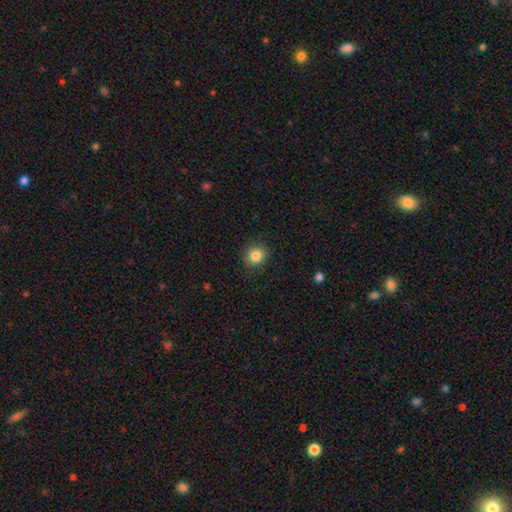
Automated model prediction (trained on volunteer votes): Overall: smooth (85%). How rounded: round (88%). Merging: none (89%).